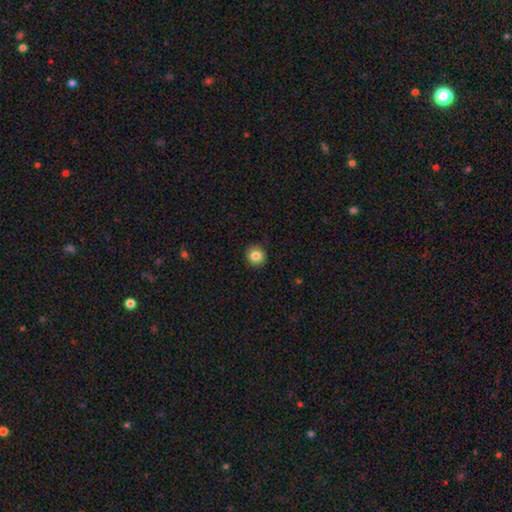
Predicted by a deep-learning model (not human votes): smooth_or_featured: smooth (p=0.84) [alt: star or artifact p=0.10]
how_rounded: round (p=0.90) [alt: in between p=0.10]
merging: none (p=0.91) [alt: minor disturbance p=0.07]